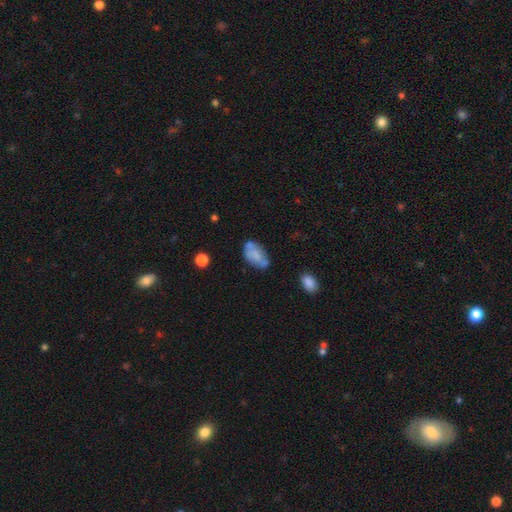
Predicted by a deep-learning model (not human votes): smooth 63%, featured or disk 29%, star or artifact 8%. Down the decision tree: how rounded — in between (92%); merging — none (46%).